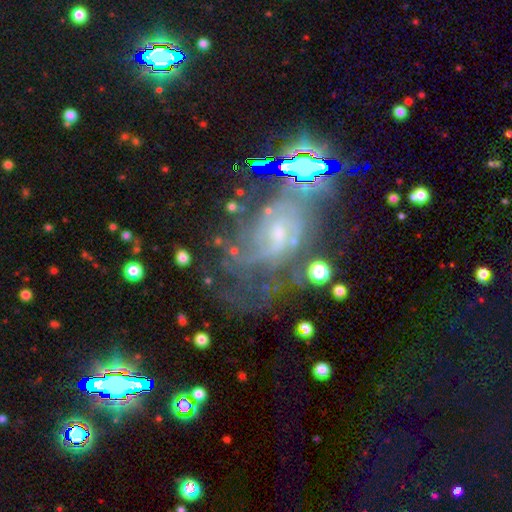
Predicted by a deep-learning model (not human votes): This appears to be a featured or disk galaxy (66%) with no bar (46%), spiral arms (78%) and a small central bulge (54%). Merging: none (45%).